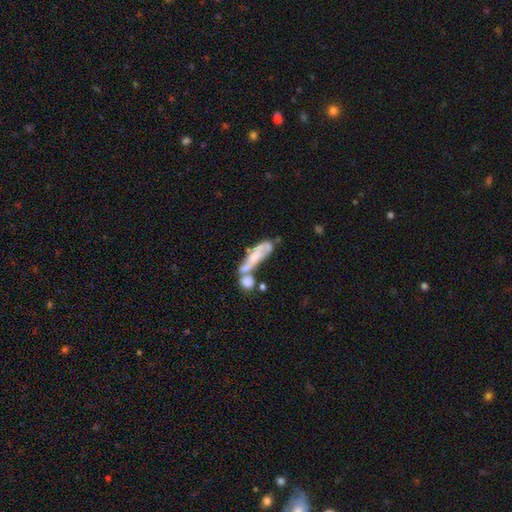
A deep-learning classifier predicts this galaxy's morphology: A featured or disk galaxy (51%). Merging: merger (50%).